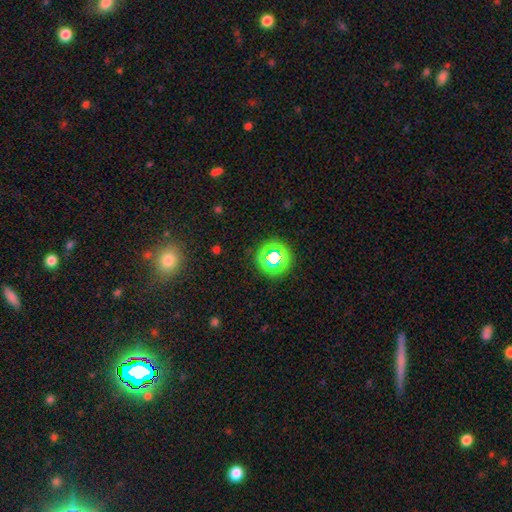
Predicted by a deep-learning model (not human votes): This is possibly a smooth galaxy (48%). Merging: clearly none (88%).